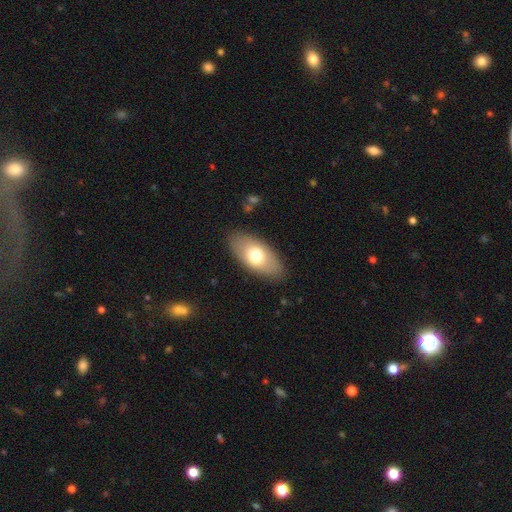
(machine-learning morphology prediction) The model was most divided on "smooth or featured": smooth: 68%, featured or disk: 26%, star or artifact: 6%. More confident: how rounded — in between (91%); merging — none (85%).